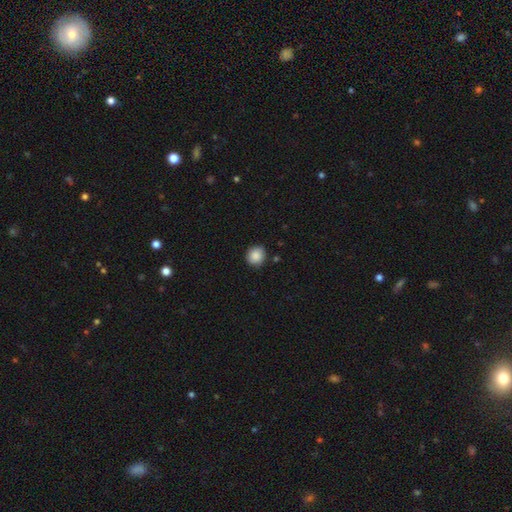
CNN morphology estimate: smooth-or-featured: smooth: 88% | star or artifact: 9% | featured or disk: 4%
  how-rounded: round: 85% | in between: 14% | cigar-shaped: 1%
  merging: none: 86% | minor disturbance: 11% | major disturbance: 2% | merger: 2%